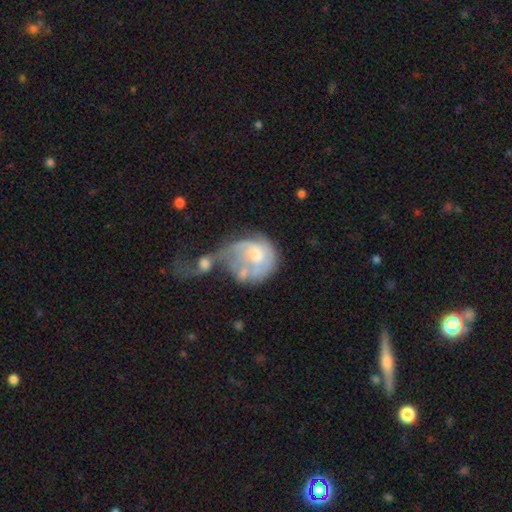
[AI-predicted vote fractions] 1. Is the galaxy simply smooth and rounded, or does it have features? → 64% featured or disk, 29% smooth, 7% star or artifact.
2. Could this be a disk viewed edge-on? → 98% no, 2% yes.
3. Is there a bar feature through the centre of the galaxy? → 72% no, 24% weak, 4% strong.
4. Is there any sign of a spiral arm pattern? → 63% yes, 37% no.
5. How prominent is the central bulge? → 53% moderate, 31% small, 7% none, 7% large, 2% dominant.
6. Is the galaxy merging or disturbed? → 54% merger, 24% major disturbance, 12% none, 9% minor disturbance.